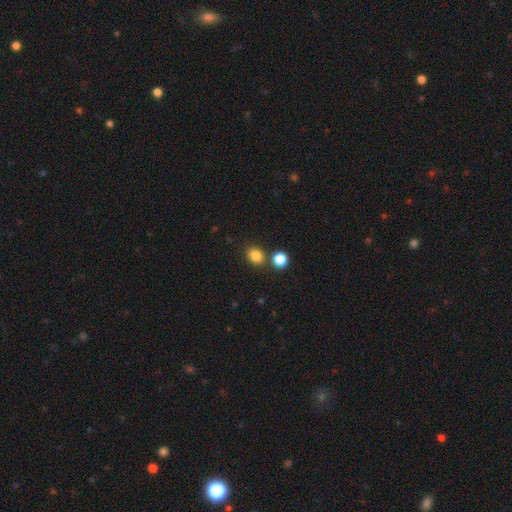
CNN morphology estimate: The model was most divided on "how rounded": round: 55%, in between: 44%, cigar-shaped: 1%. More confident: smooth or featured — smooth (84%); merging — none (74%).